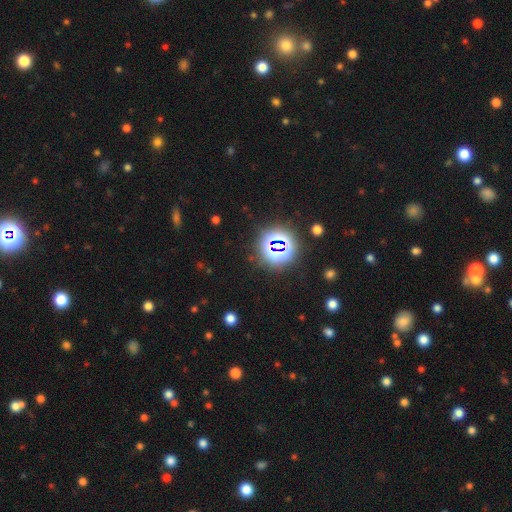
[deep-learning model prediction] Smooth or featured: star or artifact — 78% (smooth — 15%)